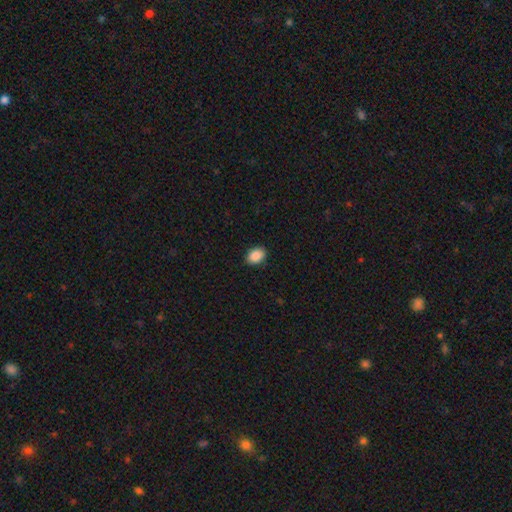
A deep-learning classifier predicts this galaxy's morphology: smooth_or_featured: smooth (p=0.88) [alt: star or artifact p=0.08]
how_rounded: in between (p=0.73) [alt: round p=0.25]
merging: none (p=0.89) [alt: minor disturbance p=0.08]